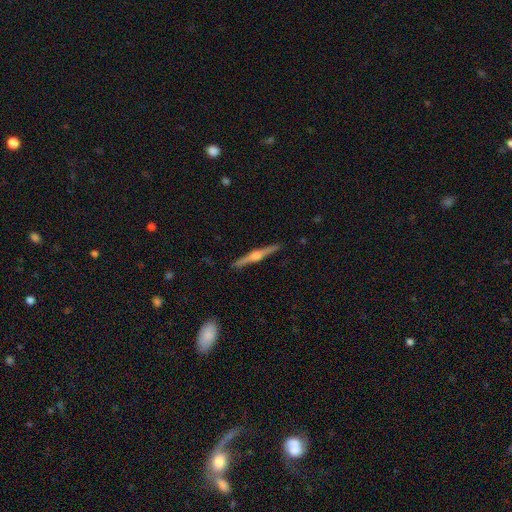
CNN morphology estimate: Q: Smooth or featured?
A: featured or disk (81%); runner-up: smooth (14%)
Q: Edge-on disk?
A: yes (98%); runner-up: no (2%)
Q: Edge-on bulge?
A: rounded (91%); runner-up: boxy (6%)
Q: Merging?
A: none (92%); runner-up: minor disturbance (6%)